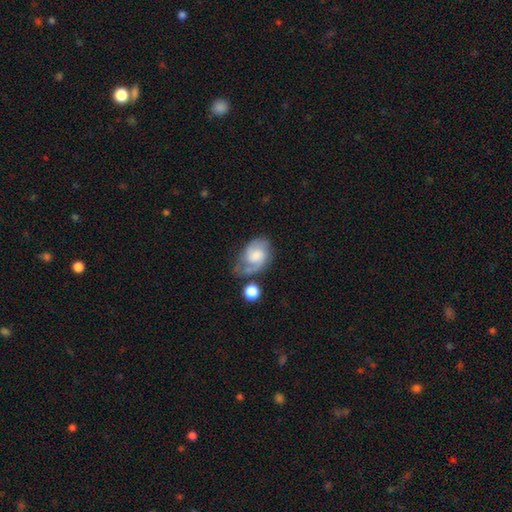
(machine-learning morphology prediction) The model was most divided on "bulge size": moderate: 37%, small: 26%, large: 19%, none: 15%, dominant: 3%. Remaining: edge-on disk — no (97%); spiral arms — yes (89%); spiral arm count — 2 (74%); smooth or featured — featured or disk (60%); bar — no (54%); spiral winding — medium (48%); merging — none (43%).